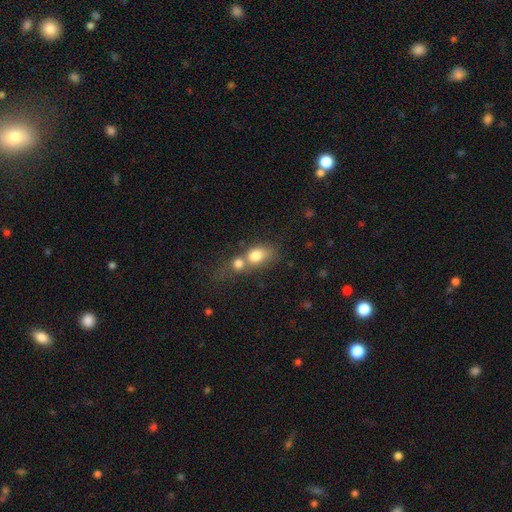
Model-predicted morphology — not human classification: A smooth galaxy with no disk features (78%) that is in between round and cigar-shaped (63%).

Vote fractions:
- Smooth or featured? smooth: 78% / featured or disk: 13% / star or artifact: 9%
- How rounded? in between: 63% / round: 35% / cigar-shaped: 3%
- Merging? merger: 65% / none: 21% / minor disturbance: 8% / major disturbance: 6%